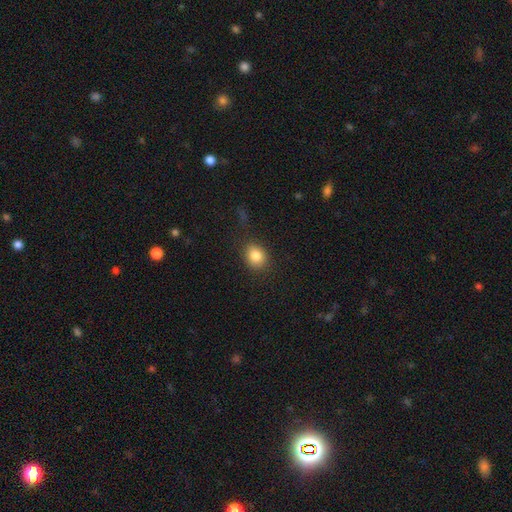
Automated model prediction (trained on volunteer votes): Q: Smooth or featured?
A: smooth (84%); runner-up: star or artifact (10%)
Q: How rounded?
A: round (60%); runner-up: in between (39%)
Q: Merging?
A: none (82%); runner-up: minor disturbance (12%)